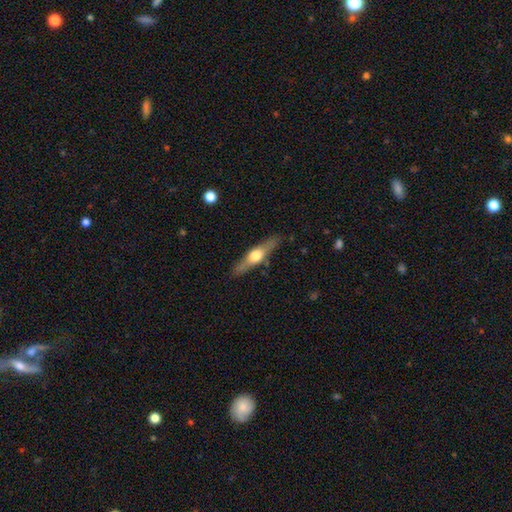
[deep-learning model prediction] Morphology: type=featured or disk (59%); edge-on=yes (93%); edge-on bulge=rounded (93%); merging=none (85%).